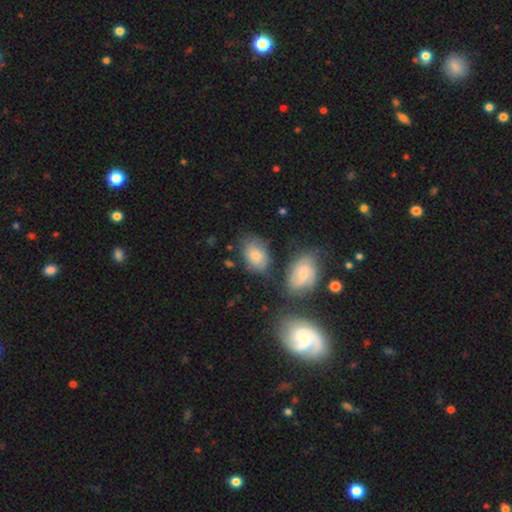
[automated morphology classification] type=smooth (66%); roundness=in between (79%); merging=none (60%).